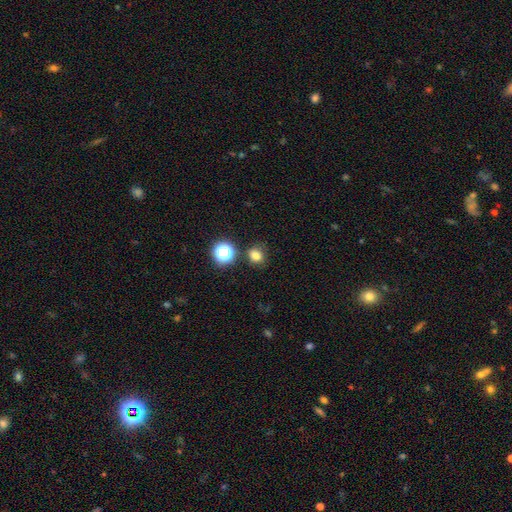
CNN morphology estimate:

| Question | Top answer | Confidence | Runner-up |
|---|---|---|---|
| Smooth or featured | smooth | 76% | star or artifact (17%) |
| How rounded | round | 73% | in between (26%) |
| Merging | none | 80% | minor disturbance (11%) |